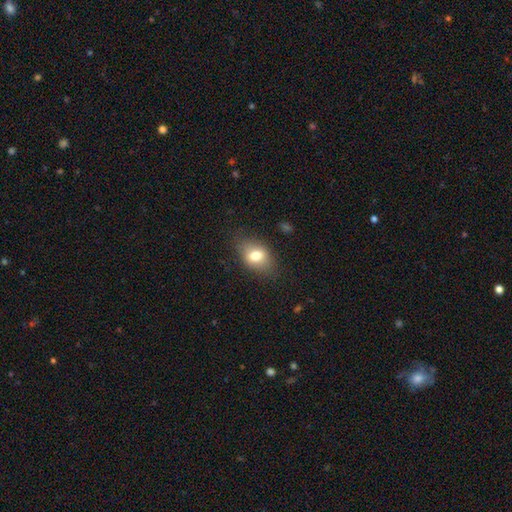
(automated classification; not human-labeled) A smooth galaxy with no disk features (72%) that is in between round and cigar-shaped (80%).

Vote fractions:
- Smooth or featured? smooth: 72% / featured or disk: 19% / star or artifact: 9%
- How rounded? in between: 80% / round: 18% / cigar-shaped: 2%
- Merging? none: 79% / minor disturbance: 15% / major disturbance: 5% / merger: 1%